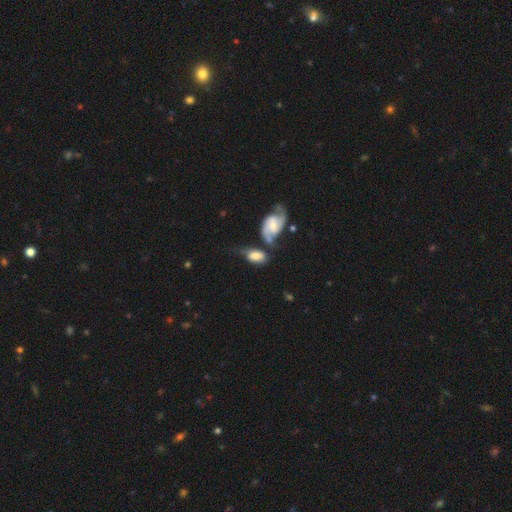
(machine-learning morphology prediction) Smooth or featured? Predicted: smooth (p=0.51). How rounded? Predicted: in between (p=0.90). Merging? Predicted: merger (p=0.39).